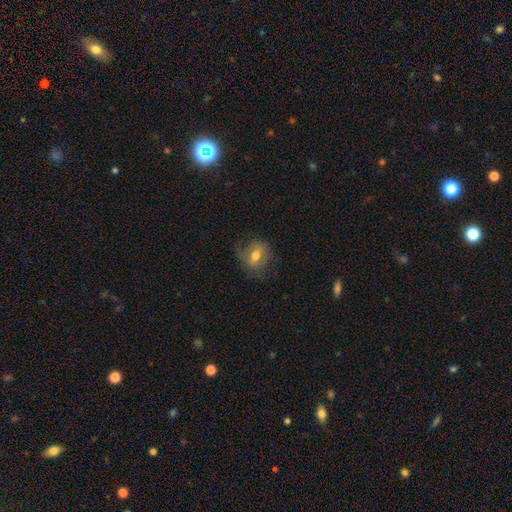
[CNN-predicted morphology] The model was most divided on "how rounded": round: 59%, in between: 39%, cigar-shaped: 2%. More confident: merging — none (66%); smooth or featured — smooth (61%).